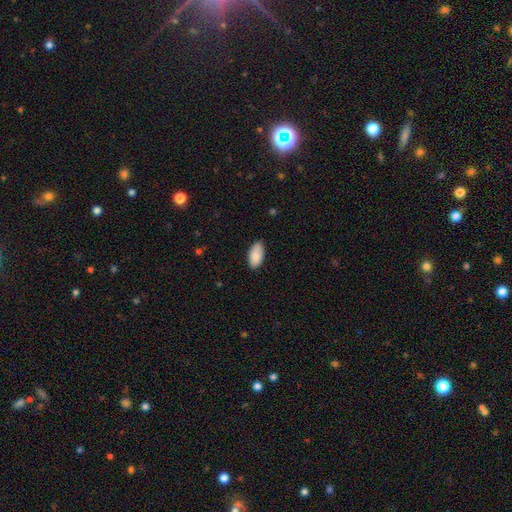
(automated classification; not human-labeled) The model was most divided on "merging": none: 83%, minor disturbance: 14%, major disturbance: 2%, merger: 1%. More confident: how rounded — in between (95%); smooth or featured — smooth (85%).